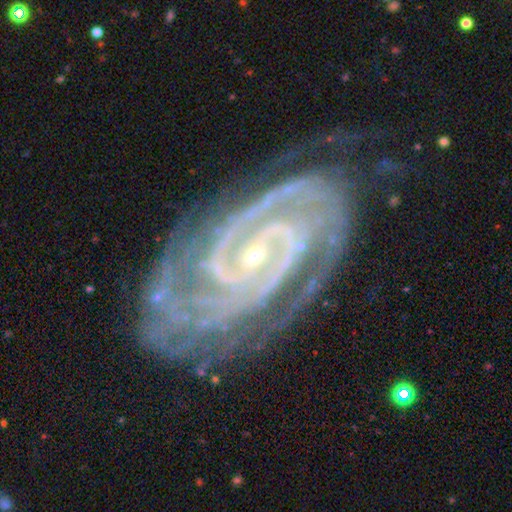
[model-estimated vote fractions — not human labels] A featured or disk galaxy (93%) with no bar (41%), 2 (58%) tight (77%) spiral arms (99%) and a small central bulge (80%).

Vote fractions:
- Smooth or featured? featured or disk: 93% / star or artifact: 5% / smooth: 2%
- Edge-on disk? no: 97% / yes: 3%
- Bar? no: 41% / weak: 35% / strong: 24%
- Spiral arms? yes: 99% / no: 1%
- Spiral winding? tight: 77% / medium: 20% / loose: 3%
- Spiral arm count? 2: 58% / 3: 16% / can't tell: 9% / 4: 7% / more than 4: 6% / 1: 5%
- Bulge size? small: 80% / moderate: 16% / none: 2% / large: 1% / dominant: 1%
- Merging? none: 74% / minor disturbance: 18% / major disturbance: 6% / merger: 2%